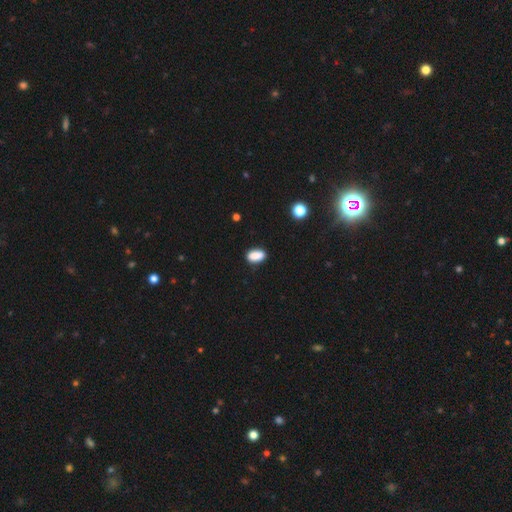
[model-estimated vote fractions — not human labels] Smooth or featured?
  - smooth: 87% *
  - star or artifact: 9%
  - featured or disk: 4%
How rounded?
  - in between: 88% *
  - round: 6%
  - cigar-shaped: 5%
Merging?
  - none: 82% *
  - minor disturbance: 14%
  - major disturbance: 3%
  - merger: 2%